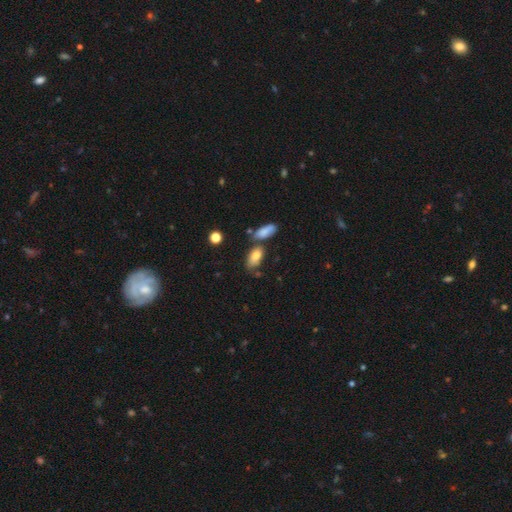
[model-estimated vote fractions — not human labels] smooth_or_featured: smooth (p=0.81) [alt: featured or disk p=0.11]
how_rounded: in between (p=0.88) [alt: cigar-shaped p=0.07]
merging: none (p=0.57) [alt: merger p=0.21]